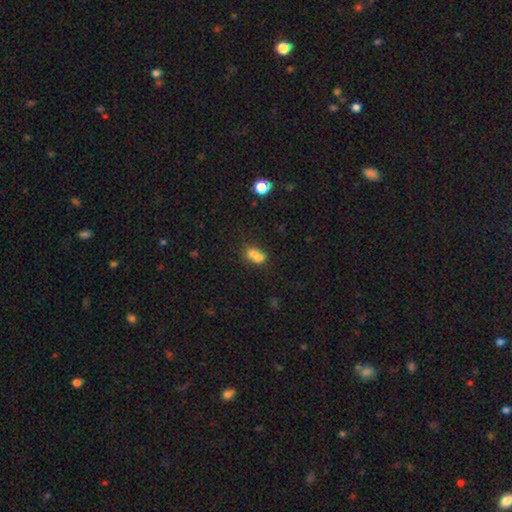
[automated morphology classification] Smooth or featured: smooth — 68% (featured or disk — 19%)
How rounded: round — 65% (in between — 34%)
Merging: merger — 67% (none — 24%)